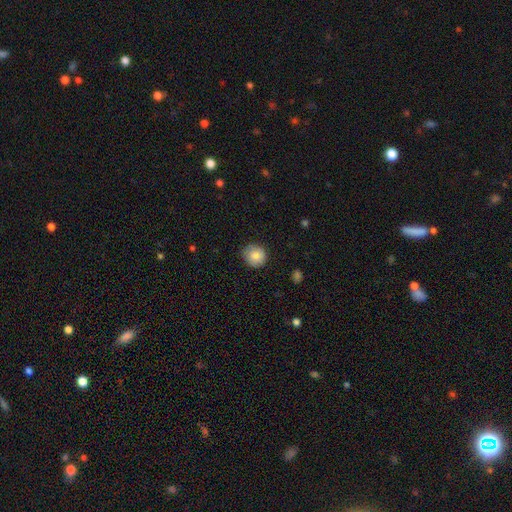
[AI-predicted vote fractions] smooth_or_featured: smooth (p=0.85) [alt: star or artifact p=0.08]
how_rounded: round (p=0.89) [alt: in between p=0.10]
merging: none (p=0.82) [alt: minor disturbance p=0.14]